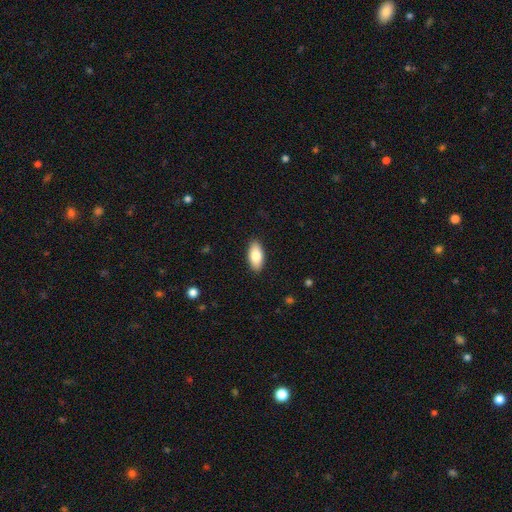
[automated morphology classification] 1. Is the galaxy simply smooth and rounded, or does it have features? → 82% smooth, 12% featured or disk, 6% star or artifact.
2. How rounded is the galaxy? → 89% in between, 9% cigar-shaped, 2% round.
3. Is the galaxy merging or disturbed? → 89% none, 8% minor disturbance, 2% major disturbance, 1% merger.